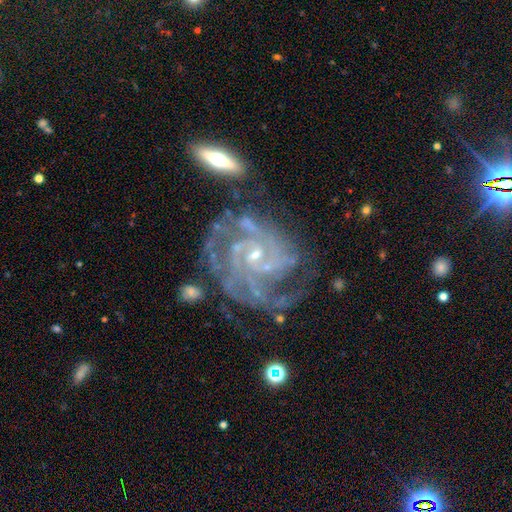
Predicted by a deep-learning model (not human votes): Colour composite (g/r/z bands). It shows a featured or disk galaxy (91%) with no bar (59%), 3 (27%) tight (62%) spiral arms (98%) and a small central bulge (75%). Merging: none (51%).